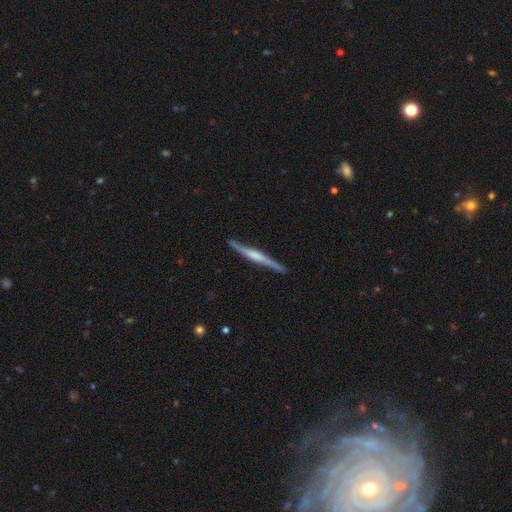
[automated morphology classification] Overall: featured or disk (73%). Edge-on disk: yes (96%). Edge-on bulge: rounded (44%; boxy 35%). Merging: none (86%).